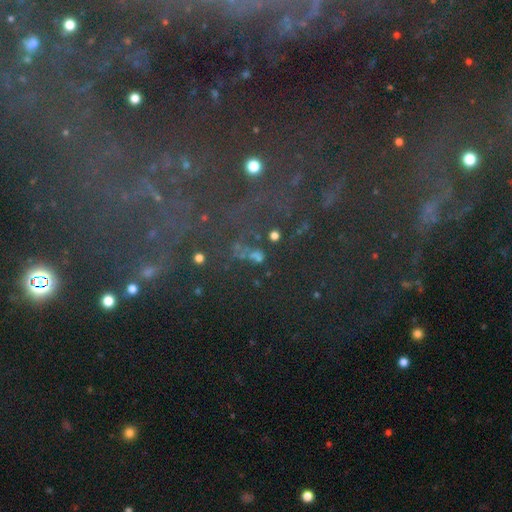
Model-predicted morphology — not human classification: A star or artifact, not a galaxy (69%).